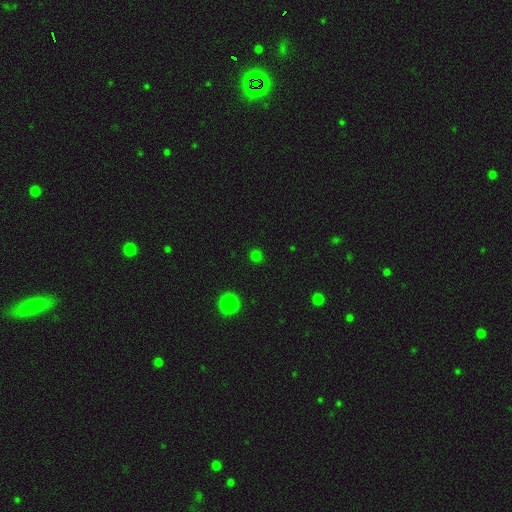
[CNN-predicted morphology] smooth 73%, star or artifact 23%, featured or disk 3%. Down the decision tree: how rounded — round (91%); merging — none (90%).